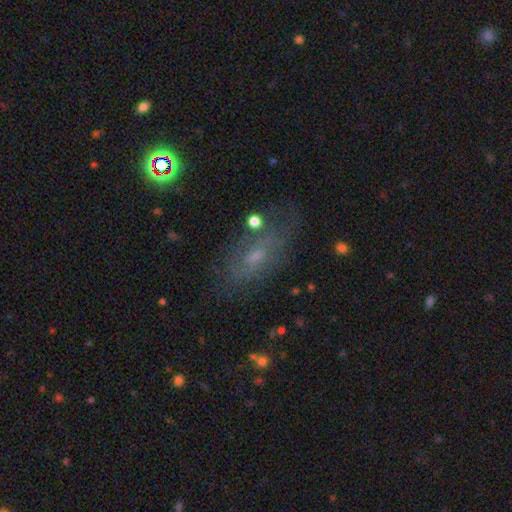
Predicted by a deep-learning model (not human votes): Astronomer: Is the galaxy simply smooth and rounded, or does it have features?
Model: featured or disk — 46% (runner-up: smooth, 32%).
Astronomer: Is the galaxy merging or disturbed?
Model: none — 68%.